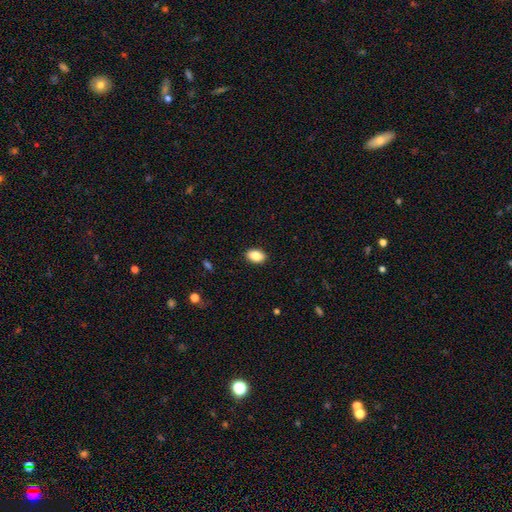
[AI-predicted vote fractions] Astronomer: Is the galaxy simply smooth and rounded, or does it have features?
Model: smooth — 87%.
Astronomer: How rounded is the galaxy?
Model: in between — 86%.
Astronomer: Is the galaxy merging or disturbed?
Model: none — 89%.